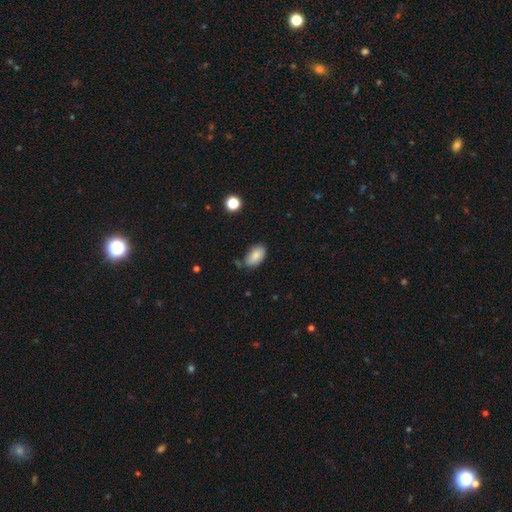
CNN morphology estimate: Smooth or featured? smooth (84%)
How rounded? in between (93%)
Merging? none (67%)